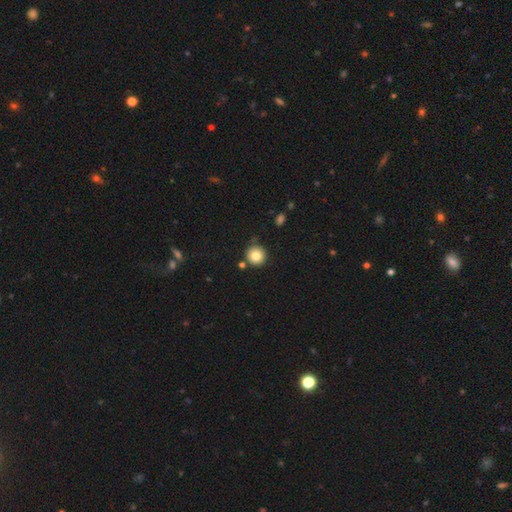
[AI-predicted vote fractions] Q: Smooth or featured?
A: smooth (82%); runner-up: star or artifact (10%)
Q: How rounded?
A: round (94%); runner-up: in between (5%)
Q: Merging?
A: none (84%); runner-up: minor disturbance (9%)